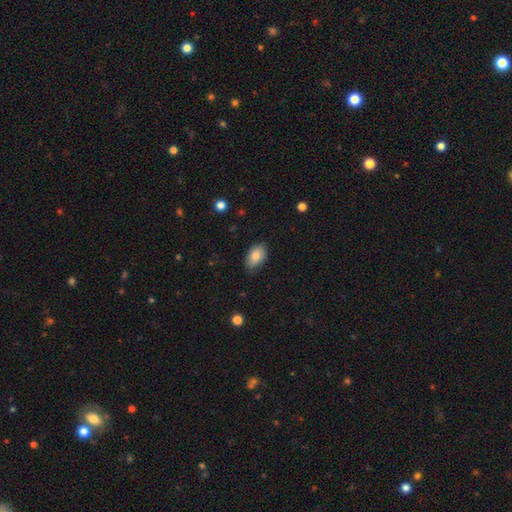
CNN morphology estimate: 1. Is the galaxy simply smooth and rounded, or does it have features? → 82% smooth, 11% featured or disk, 7% star or artifact.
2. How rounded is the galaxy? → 91% in between, 8% round, 1% cigar-shaped.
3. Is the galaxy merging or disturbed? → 75% none, 21% minor disturbance, 3% major disturbance, 1% merger.